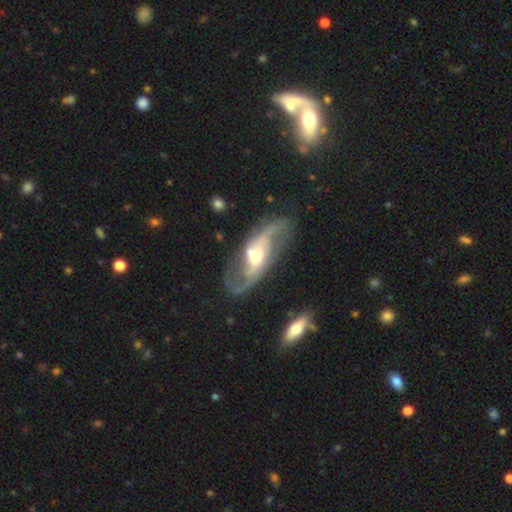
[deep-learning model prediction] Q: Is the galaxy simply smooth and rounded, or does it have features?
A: featured or disk — 89%.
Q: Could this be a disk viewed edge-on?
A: no — 94%.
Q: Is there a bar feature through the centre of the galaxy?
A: weak — 41%.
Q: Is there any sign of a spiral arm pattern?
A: yes — 96%.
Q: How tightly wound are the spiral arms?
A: loose — 55%.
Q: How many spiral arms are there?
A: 2 — 91%.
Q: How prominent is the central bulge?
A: moderate — 61%.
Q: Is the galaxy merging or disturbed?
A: none — 72%.